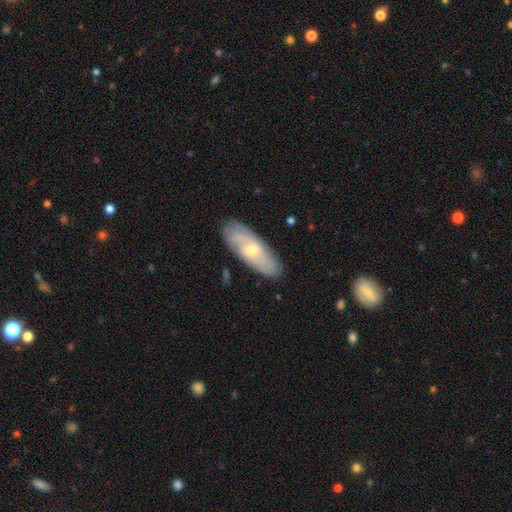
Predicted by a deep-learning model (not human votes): Smooth or featured? featured or disk (56%)
Edge-on disk? no (78%)
Merging? none (83%)